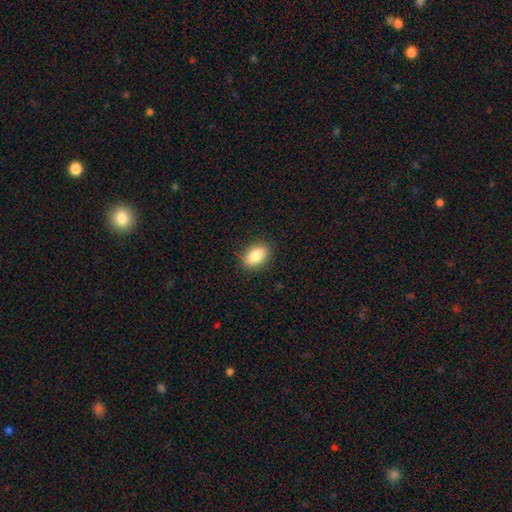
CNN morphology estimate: Smooth or featured? Predicted: smooth (p=0.84). How rounded? Predicted: in between (p=0.82). Merging? Predicted: none (p=0.85).